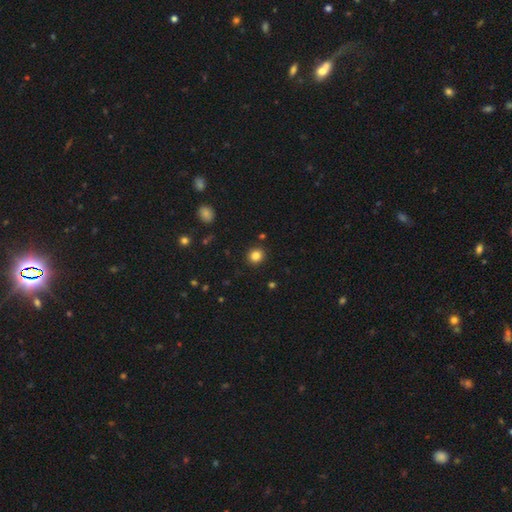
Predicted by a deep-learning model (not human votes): smooth-or-featured: smooth: 84% | star or artifact: 11% | featured or disk: 4%
  how-rounded: round: 87% | in between: 12% | cigar-shaped: 1%
  merging: none: 91% | minor disturbance: 6% | major disturbance: 2% | merger: 1%